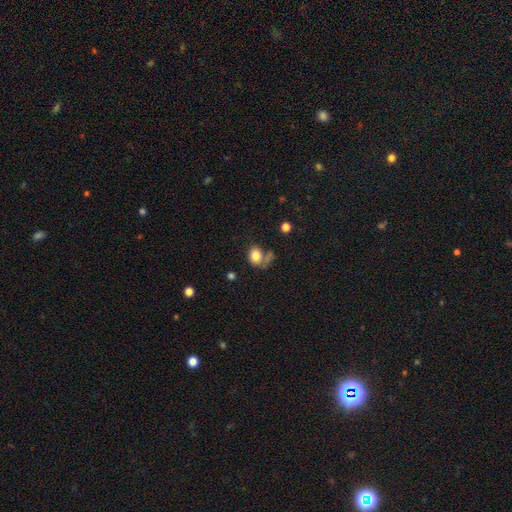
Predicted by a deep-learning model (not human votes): smooth-or-featured: smooth: 80% | featured or disk: 11% | star or artifact: 9%
  how-rounded: in between: 55% | round: 44% | cigar-shaped: 1%
  merging: none: 48% | merger: 21% | minor disturbance: 20% | major disturbance: 11%